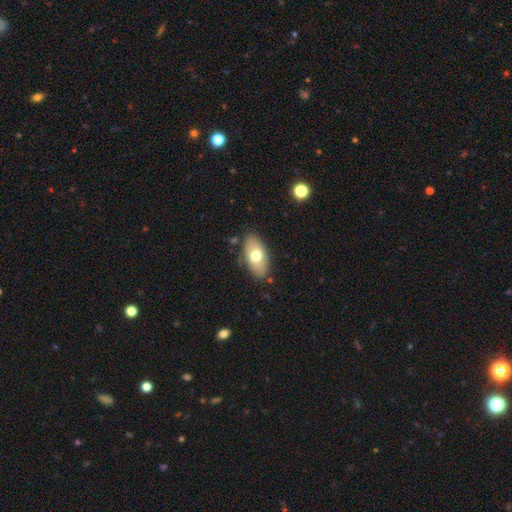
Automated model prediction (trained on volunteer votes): The model was most divided on "smooth or featured": smooth: 67%, featured or disk: 26%, star or artifact: 7%. More confident: how rounded — in between (93%); merging — none (82%).